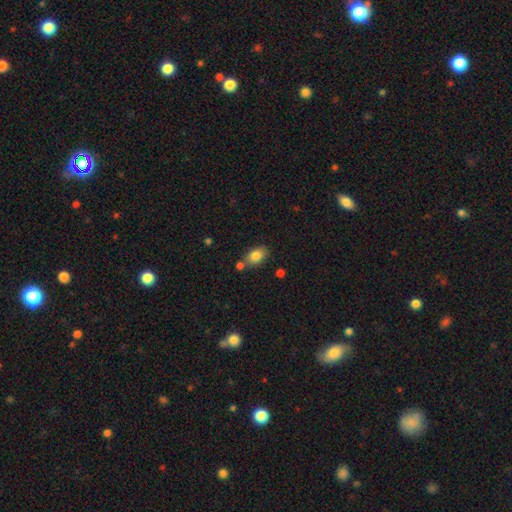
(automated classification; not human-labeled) Q: Smooth or featured?
A: smooth (82%); runner-up: featured or disk (10%)
Q: How rounded?
A: in between (84%); runner-up: round (14%)
Q: Merging?
A: none (66%); runner-up: merger (16%)